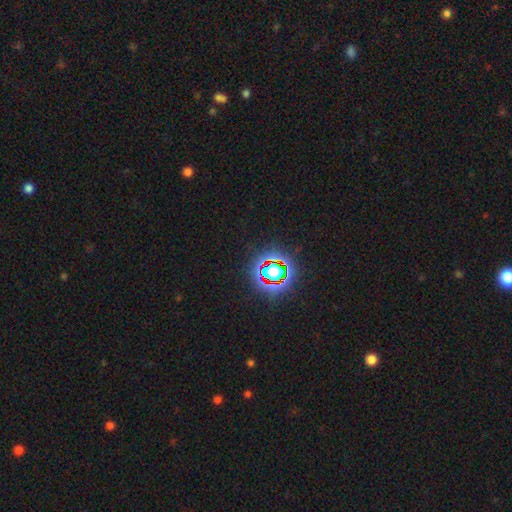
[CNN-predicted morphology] Overall: star or artifact (78%).